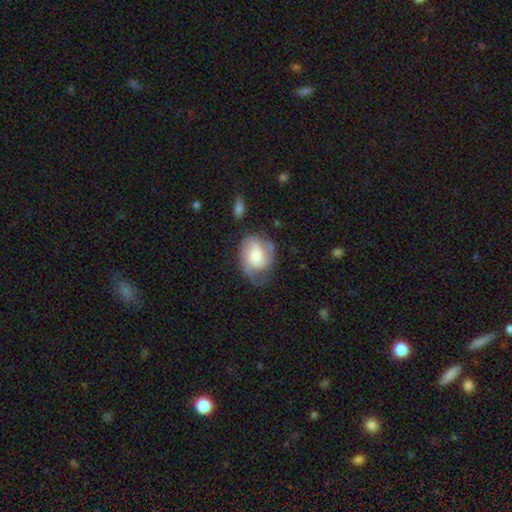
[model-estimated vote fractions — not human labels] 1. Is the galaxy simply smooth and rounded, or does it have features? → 49% featured or disk, 43% smooth, 7% star or artifact.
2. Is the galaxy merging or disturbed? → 42% none, 32% minor disturbance, 22% major disturbance, 4% merger.